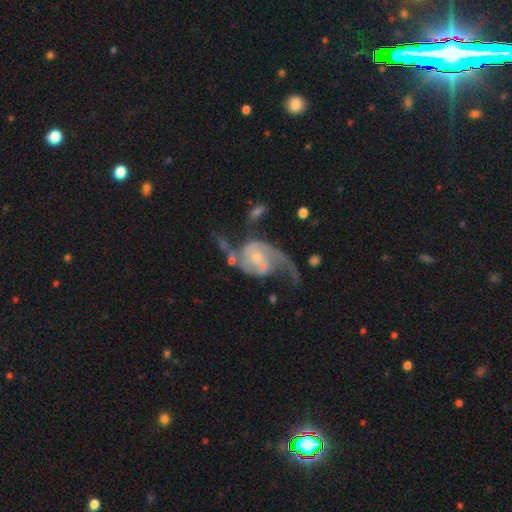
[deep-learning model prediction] This appears to be a featured or disk galaxy (86%) with no bar (57%), 2 (79%) loose (51%) spiral arms (95%) and a small central bulge (50%). Merging: none (38%).